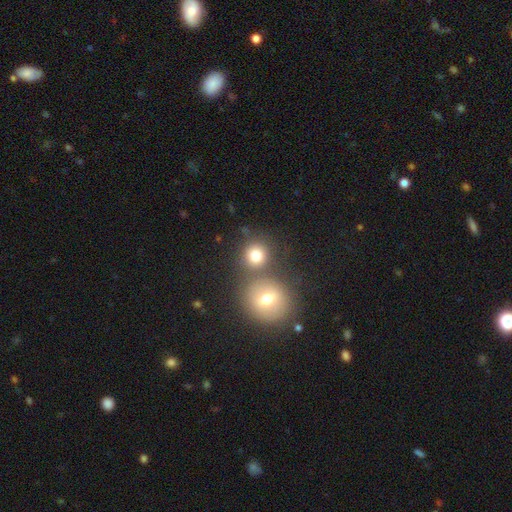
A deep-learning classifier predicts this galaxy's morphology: Overall: smooth (77%). How rounded: round (87%). Merging: none (60%; merger 30%).